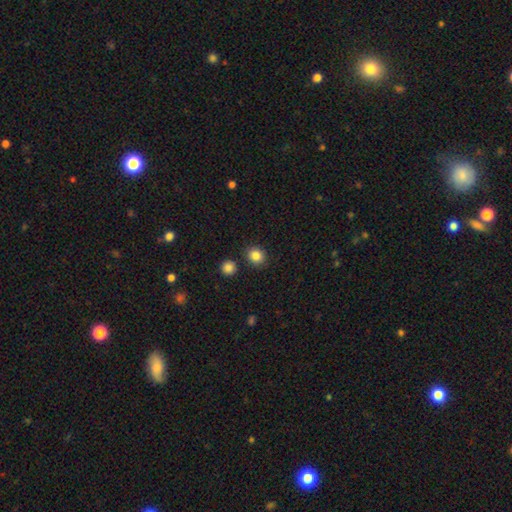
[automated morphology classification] Smooth or featured?
  - smooth: 85% *
  - star or artifact: 10%
  - featured or disk: 4%
How rounded?
  - round: 81% *
  - in between: 18%
  - cigar-shaped: 1%
Merging?
  - none: 86% *
  - minor disturbance: 7%
  - merger: 4%
  - major disturbance: 2%